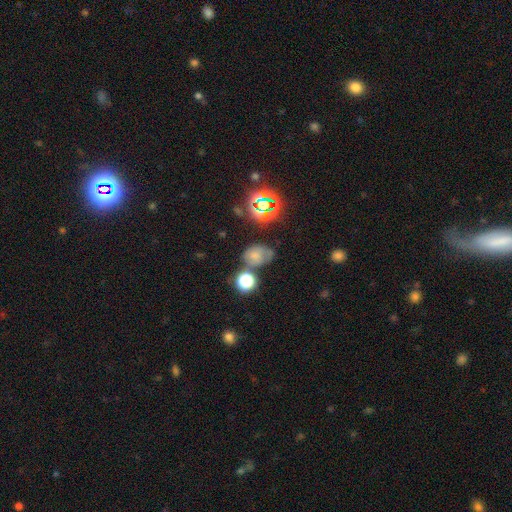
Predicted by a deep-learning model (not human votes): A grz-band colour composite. It shows a smooth galaxy with no disk features (52%) that is in between round and cigar-shaped (54%). Merging: none (44%).